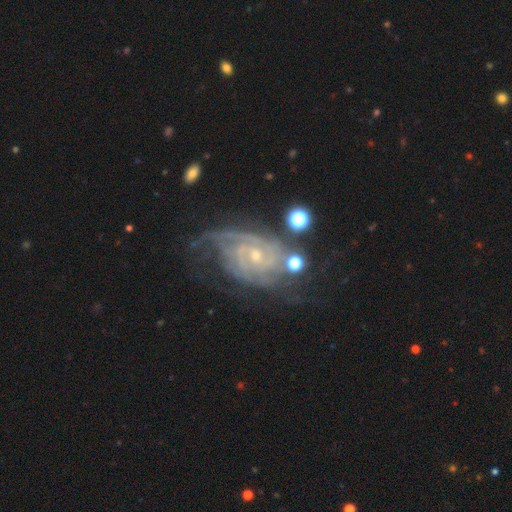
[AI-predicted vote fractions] This is clearly a featured or disk galaxy (89%). It is clearly not viewed edge-on (97%). Bar: possibly no (60%). Spiral arm pattern: clearly yes (98%). Spiral arm count: marginally 2 (28%). Spiral winding: likely tight (68%). Central bulge: likely small (72%). Merging: possibly none (53%).